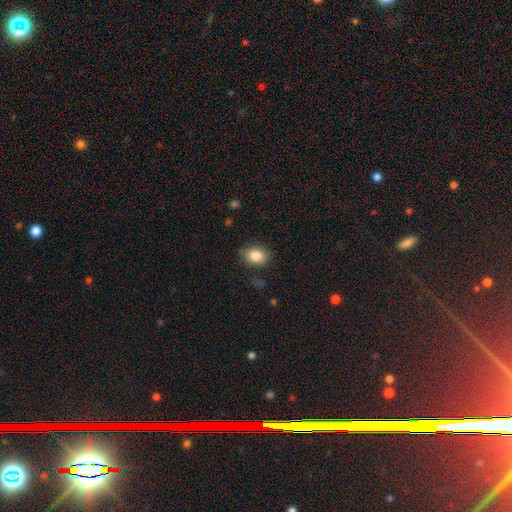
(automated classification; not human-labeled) A smooth galaxy with no disk features (85%) that is in between round and cigar-shaped (72%).

Vote fractions:
- Smooth or featured? smooth: 85% / star or artifact: 8% / featured or disk: 6%
- How rounded? in between: 72% / round: 27% / cigar-shaped: 1%
- Merging? none: 81% / minor disturbance: 14% / major disturbance: 4% / merger: 2%